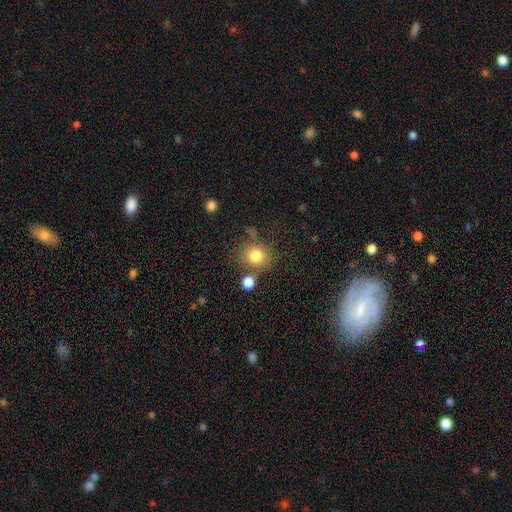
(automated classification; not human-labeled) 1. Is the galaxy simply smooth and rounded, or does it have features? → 80% smooth, 11% star or artifact, 9% featured or disk.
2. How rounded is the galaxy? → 76% round, 23% in between, 1% cigar-shaped.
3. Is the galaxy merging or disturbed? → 69% none, 13% minor disturbance, 12% merger, 5% major disturbance.